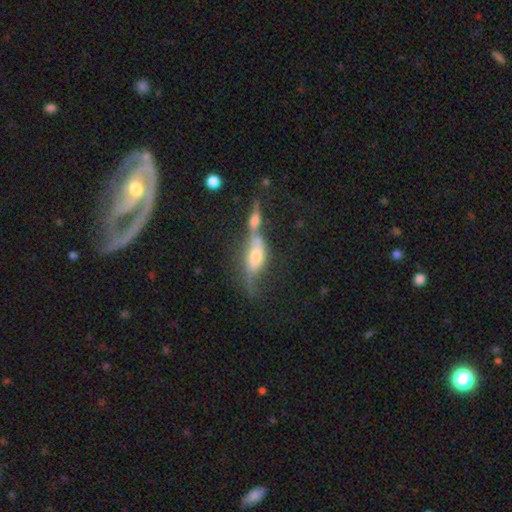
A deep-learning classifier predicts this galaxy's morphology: This appears to be a featured or disk galaxy (57%). Merging: merger (45%).